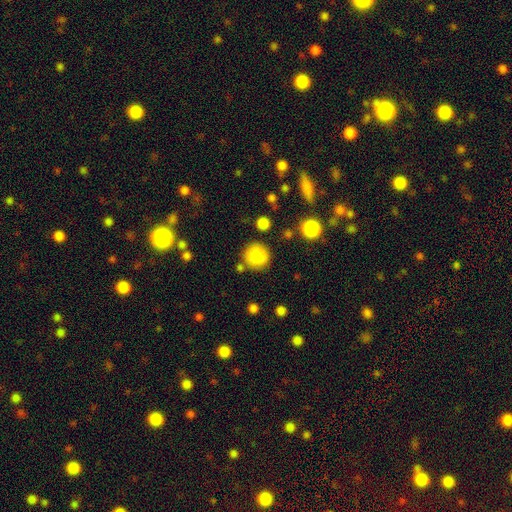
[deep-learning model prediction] This is clearly a smooth galaxy (85%). How rounded: clearly round (92%). Merging: clearly none (81%).